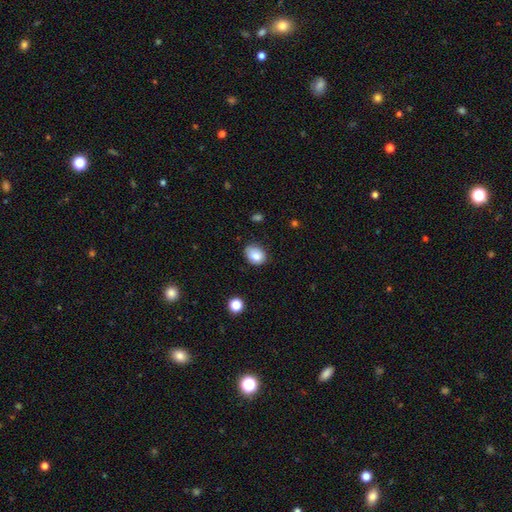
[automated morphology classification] A smooth galaxy with no disk features (84%) that is in between round and cigar-shaped (61%). Merging: none (72%).